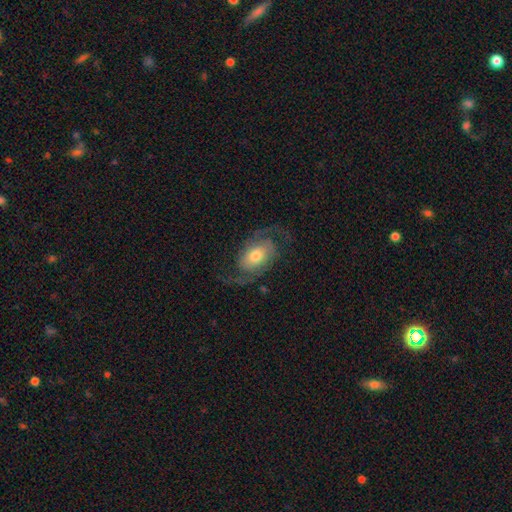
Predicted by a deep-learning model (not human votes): Smooth or featured?
  - featured or disk: 85% *
  - smooth: 10%
  - star or artifact: 6%
Edge-on disk?
  - no: 97% *
  - yes: 3%
Bar?
  - no: 64% *
  - weak: 28%
  - strong: 8%
Spiral arms?
  - yes: 96% *
  - no: 4%
Spiral winding?
  - medium: 48% *
  - loose: 38%
  - tight: 15%
Spiral arm count?
  - 2: 93% *
  - can't tell: 2%
  - 1: 2%
  - 3: 1%
  - 4: 1%
  - more than 4: 1%
Bulge size?
  - moderate: 63% *
  - small: 17%
  - large: 15%
  - dominant: 2%
  - none: 2%
Merging?
  - none: 73% *
  - minor disturbance: 14%
  - major disturbance: 11%
  - merger: 1%